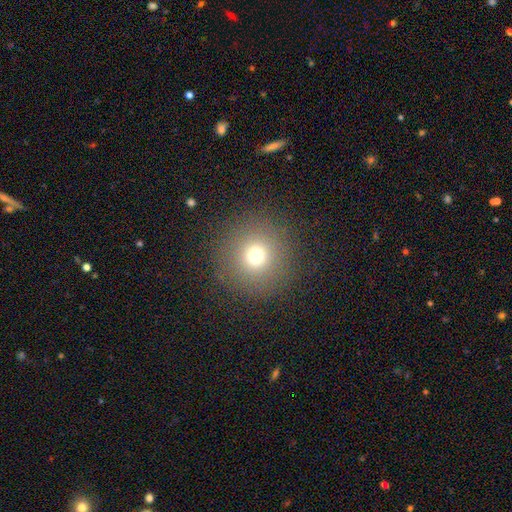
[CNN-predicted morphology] Overall: smooth (72%). How rounded: round (95%). Merging: none (89%).